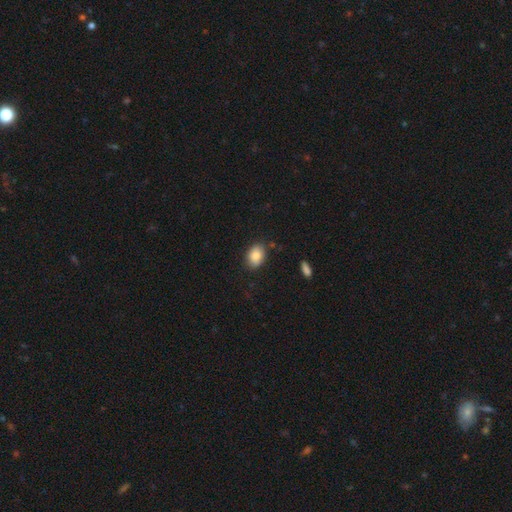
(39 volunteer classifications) smooth_or_featured: smooth (p=0.92) [alt: star or artifact p=0.08]
how_rounded: in between (p=0.61) [alt: round p=0.39]
merging: none (p=0.69) [alt: minor disturbance p=0.25]